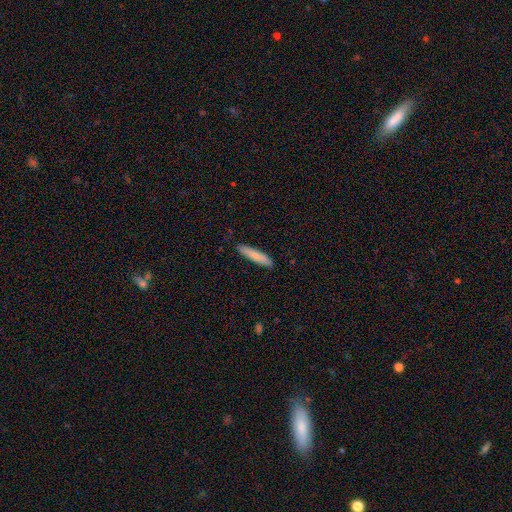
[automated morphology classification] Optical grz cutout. It shows a smooth galaxy with no disk features (80%) that is cigar-shaped (87%). Merging: none (88%).